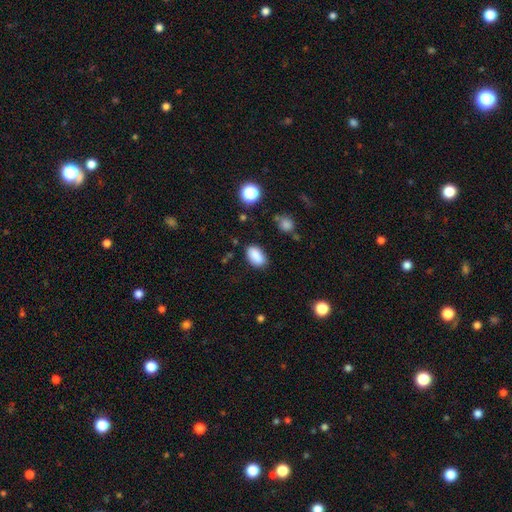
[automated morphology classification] This appears to be a smooth galaxy with no disk features (87%) that is in between round and cigar-shaped (91%). Merging: none (79%).